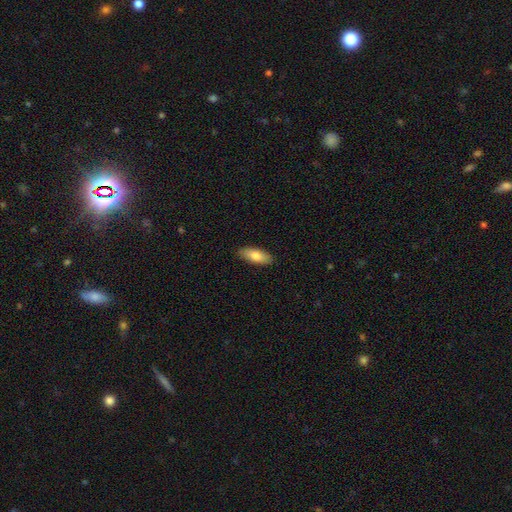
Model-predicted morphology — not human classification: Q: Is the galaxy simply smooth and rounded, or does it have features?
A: smooth — 78%.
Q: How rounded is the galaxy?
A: in between — 76%.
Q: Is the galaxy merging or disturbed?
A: none — 89%.